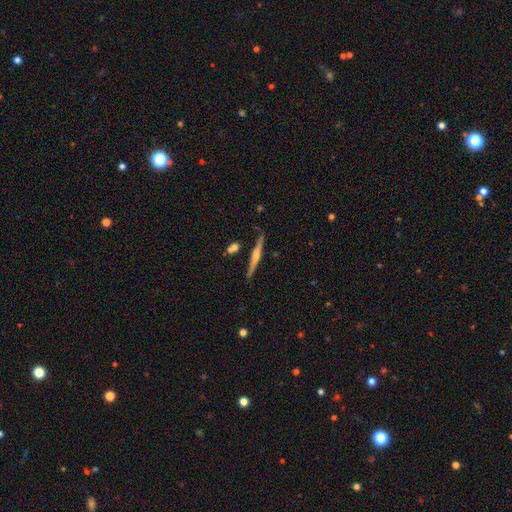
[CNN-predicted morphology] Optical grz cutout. It shows a featured or disk galaxy (73%) viewed edge-on (98%) with a rounded central bulge (78%). Merging: none (87%).